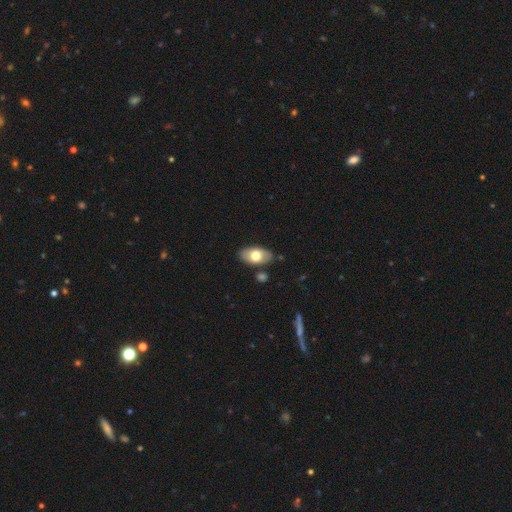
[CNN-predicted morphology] type=smooth (67%); roundness=in between (93%); merging=none (81%).